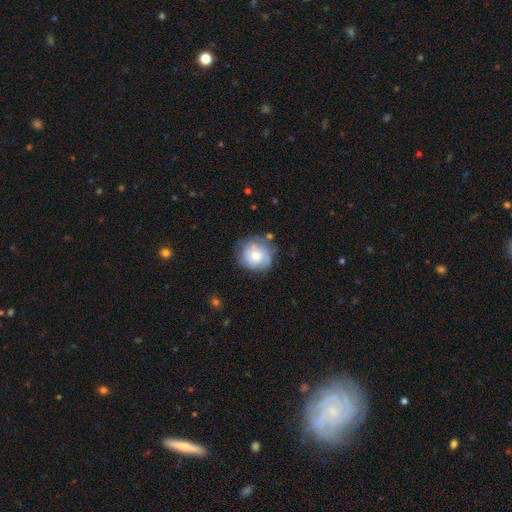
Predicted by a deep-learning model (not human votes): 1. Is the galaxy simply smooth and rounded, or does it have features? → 56% smooth, 36% featured or disk, 8% star or artifact.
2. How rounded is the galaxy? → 87% round, 12% in between, 1% cigar-shaped.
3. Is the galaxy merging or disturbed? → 68% none, 22% minor disturbance, 7% major disturbance, 3% merger.